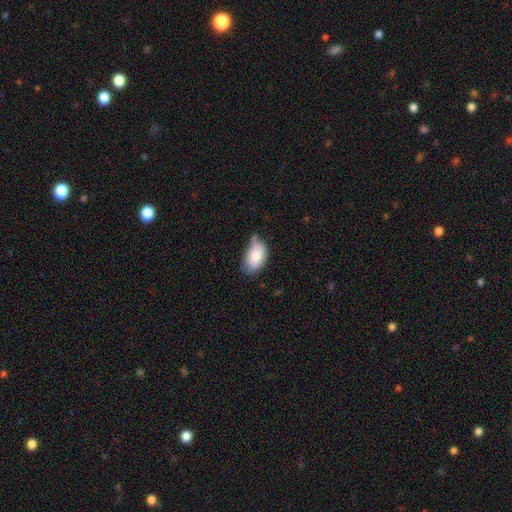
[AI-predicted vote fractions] smooth-or-featured: smooth: 84% | featured or disk: 9% | star or artifact: 7%
  how-rounded: in between: 92% | round: 7% | cigar-shaped: 1%
  merging: none: 43% | minor disturbance: 41% | major disturbance: 9% | merger: 7%